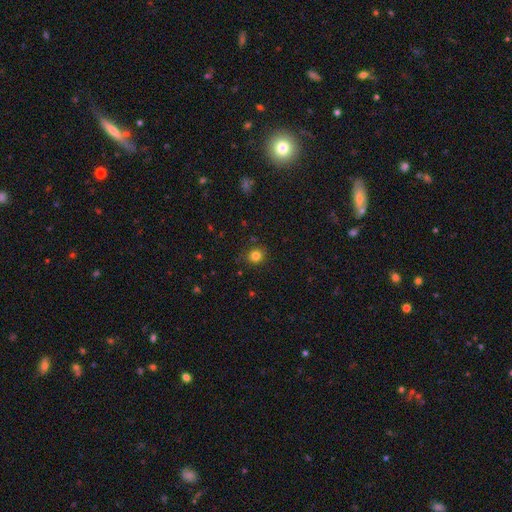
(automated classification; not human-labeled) Smooth or featured: smooth — 82% (star or artifact — 13%)
How rounded: round — 83% (in between — 16%)
Merging: none — 86% (minor disturbance — 10%)